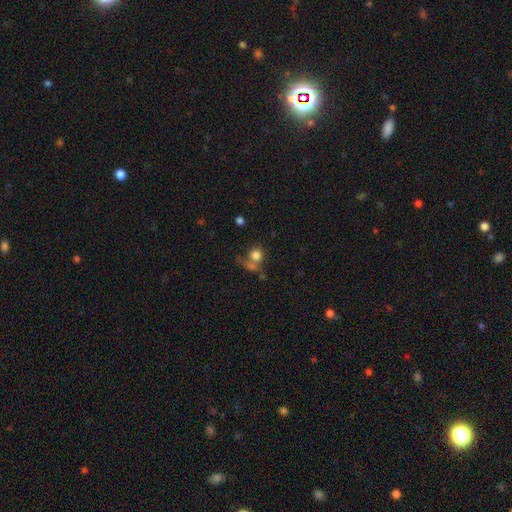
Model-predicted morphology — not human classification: Smooth or featured? smooth (77%)
How rounded? round (82%)
Merging? none (45%)